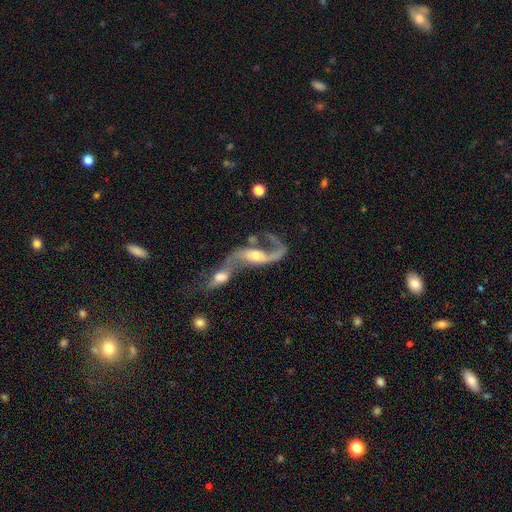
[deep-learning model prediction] A featured or disk galaxy (83%) with no bar (44%), 2 (79%) loose (84%) spiral arms (89%) and a moderate central bulge (52%). Merging: merger (71%).